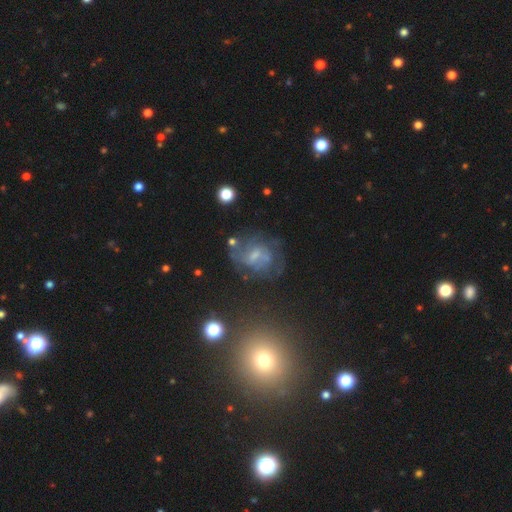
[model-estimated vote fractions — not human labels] Smooth or featured? Predicted: featured or disk (p=0.65). Edge-on disk? Predicted: no (p=0.97). Bar? Predicted: weak (p=0.49). Spiral arms? Predicted: yes (p=0.72). Bulge size? Predicted: small (p=0.43). Merging? Predicted: none (p=0.52).